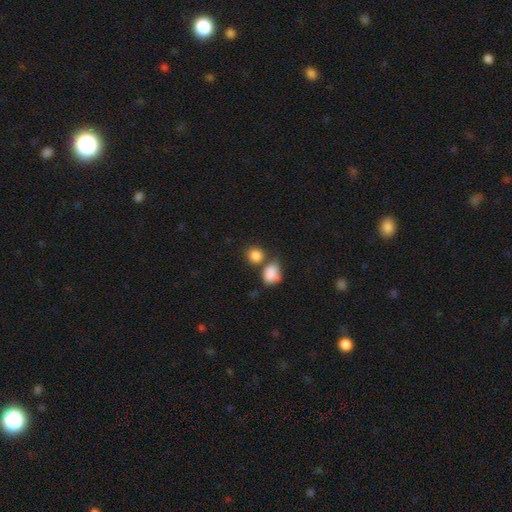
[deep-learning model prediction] smooth 86%, star or artifact 9%, featured or disk 5%. Down the decision tree: how rounded — round (73%); merging — none (53%).